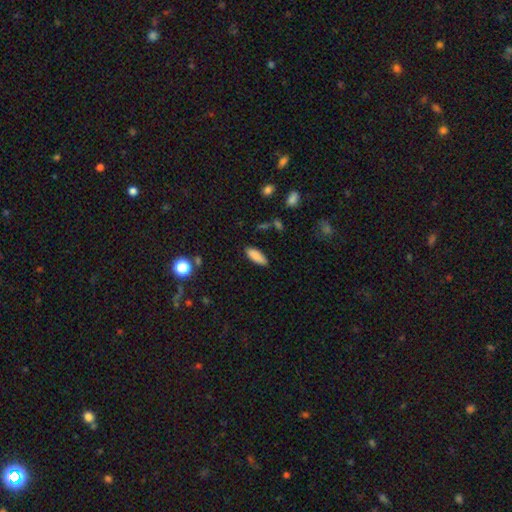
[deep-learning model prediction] Smooth or featured: smooth — 87% (star or artifact — 8%)
How rounded: in between — 68% (cigar-shaped — 30%)
Merging: none — 84% (minor disturbance — 12%)